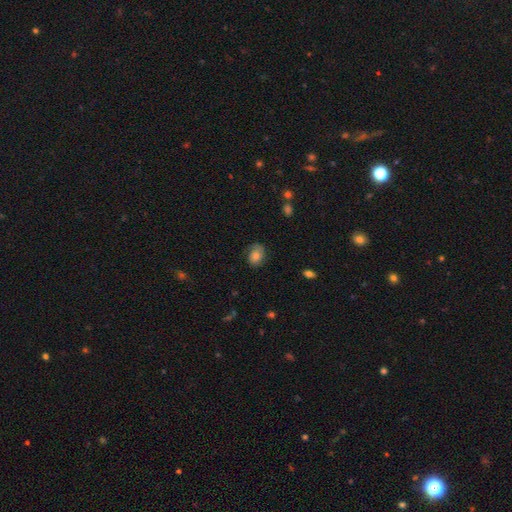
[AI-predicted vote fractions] This appears to be a smooth galaxy with no disk features (70%) that is in between round and cigar-shaped (64%). Merging: none (68%).